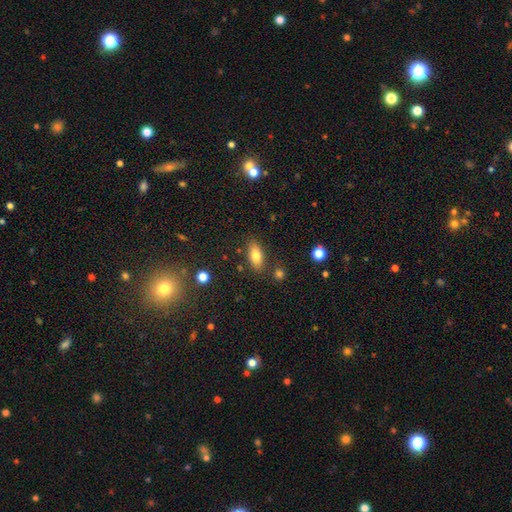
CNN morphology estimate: This appears to be a smooth galaxy with no disk features (78%) that is in between round and cigar-shaped (84%). Merging: none (81%).